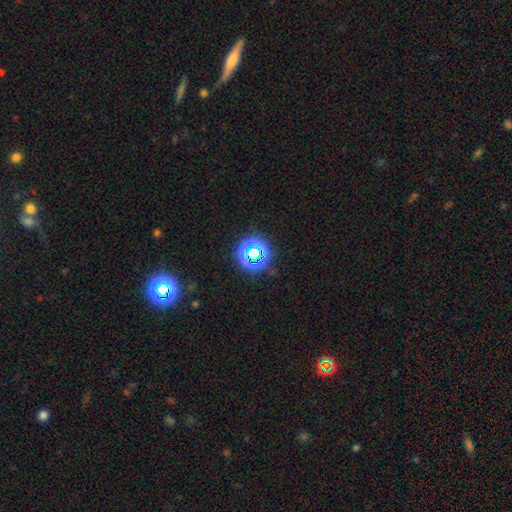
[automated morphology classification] Smooth or featured: star or artifact — 63% (smooth — 25%)